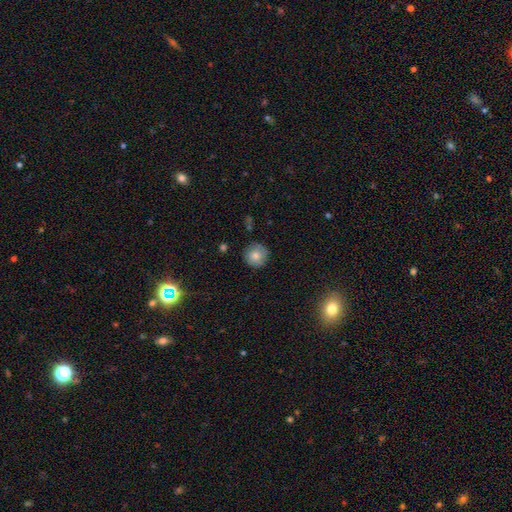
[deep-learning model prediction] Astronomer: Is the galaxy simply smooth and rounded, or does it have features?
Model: smooth — 78%.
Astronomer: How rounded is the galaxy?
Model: round — 94%.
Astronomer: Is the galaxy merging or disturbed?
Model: none — 85%.